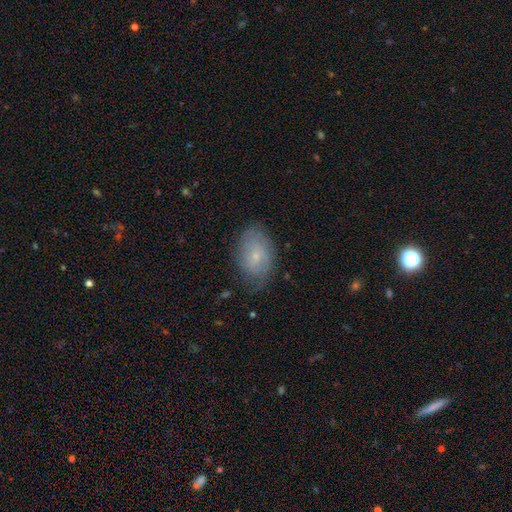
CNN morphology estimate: Smooth or featured?
  - smooth: 52% *
  - featured or disk: 39%
  - star or artifact: 8%
How rounded?
  - in between: 86% *
  - round: 13%
  - cigar-shaped: 1%
Merging?
  - none: 69% *
  - minor disturbance: 23%
  - major disturbance: 7%
  - merger: 1%